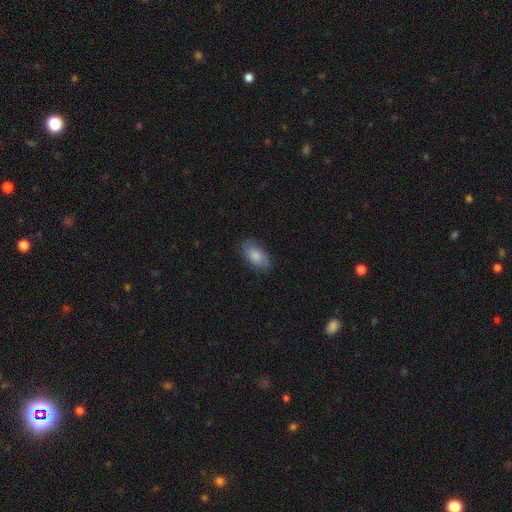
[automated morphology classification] Overall: smooth (80%). How rounded: in between (93%). Merging: none (80%).